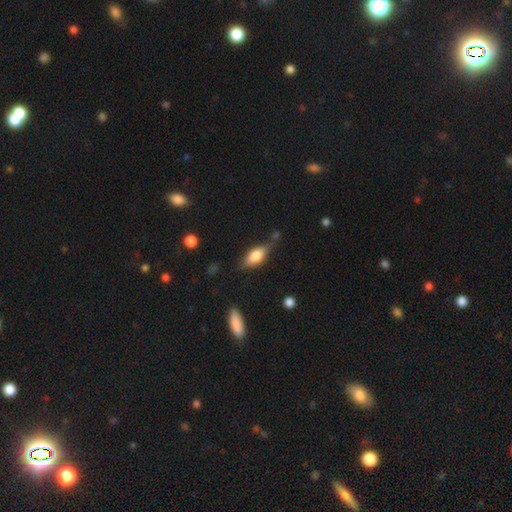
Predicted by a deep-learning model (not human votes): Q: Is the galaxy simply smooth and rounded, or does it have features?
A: smooth — 68%.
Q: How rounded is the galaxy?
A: in between — 76%.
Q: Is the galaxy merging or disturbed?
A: none — 65%.